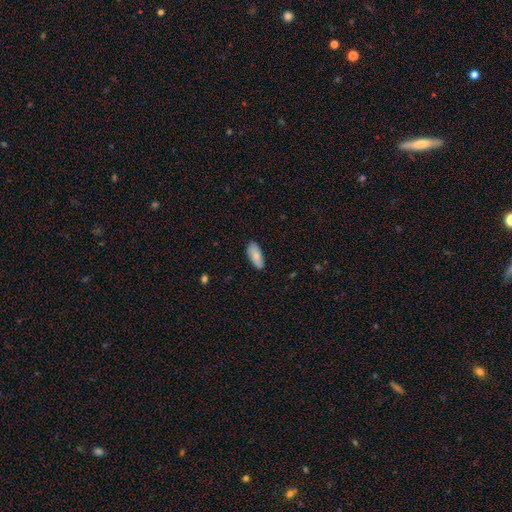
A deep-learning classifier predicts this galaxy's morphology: type=smooth (79%); roundness=in between (87%); merging=none (85%).